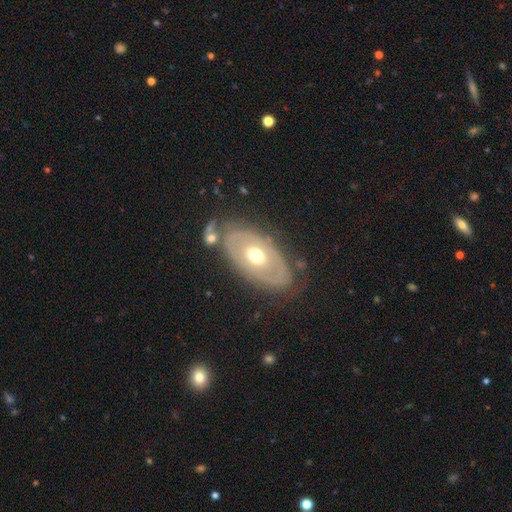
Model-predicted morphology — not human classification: This is likely a featured or disk galaxy (64%). It is clearly not viewed edge-on (90%). Bar: clearly no (84%). Spiral arm pattern: likely no (73%). Central bulge: likely moderate (75%). Merging: likely none (71%).